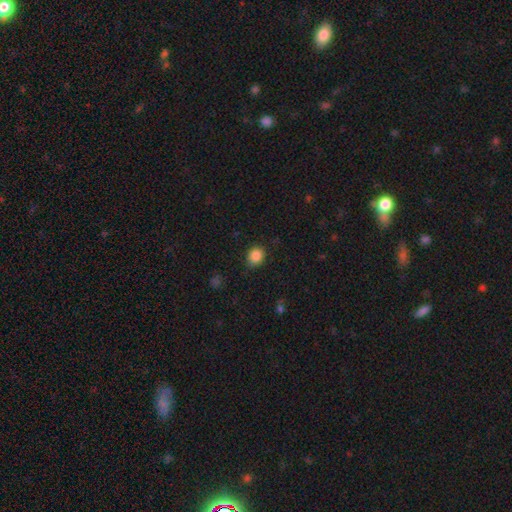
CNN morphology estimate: A smooth galaxy with no disk features (86%) that is round (71%).

Vote fractions:
- Smooth or featured? smooth: 86% / star or artifact: 10% / featured or disk: 4%
- How rounded? round: 71% / in between: 28% / cigar-shaped: 1%
- Merging? none: 83% / minor disturbance: 13% / major disturbance: 3% / merger: 1%